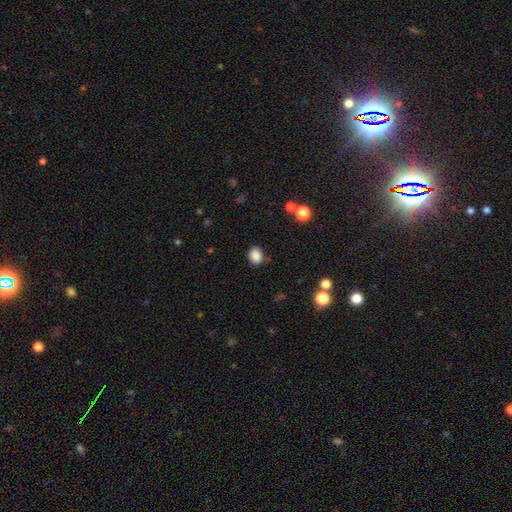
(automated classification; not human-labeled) smooth 86%, star or artifact 10%, featured or disk 4%. Down the decision tree: how rounded — round (55%); merging — none (85%).